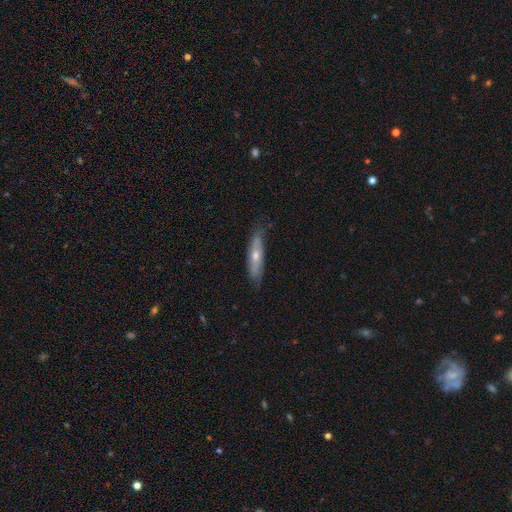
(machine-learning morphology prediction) Overall: featured or disk (49%; smooth 44%). Merging: none (77%).